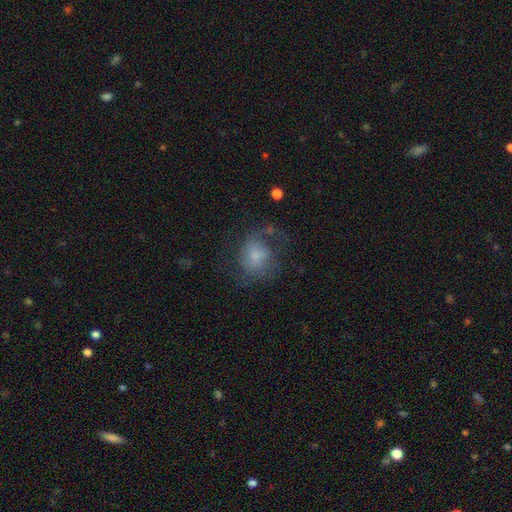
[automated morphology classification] featured or disk 47%, smooth 42%, star or artifact 12%. Down the decision tree: merging — none (46%).